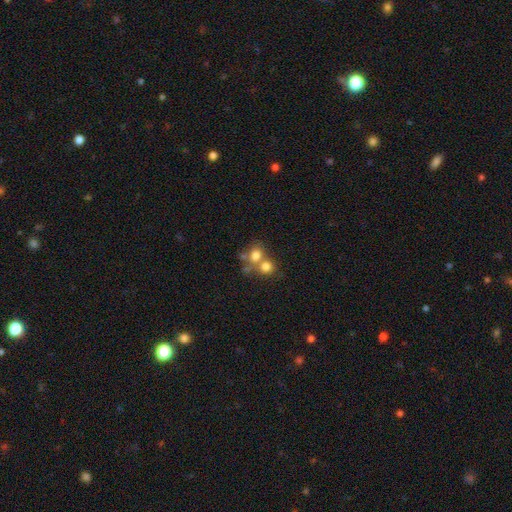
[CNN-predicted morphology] smooth-or-featured: smooth: 72% | featured or disk: 16% | star or artifact: 12%
  how-rounded: round: 75% | in between: 24% | cigar-shaped: 1%
  merging: merger: 54% | none: 34% | minor disturbance: 7% | major disturbance: 4%